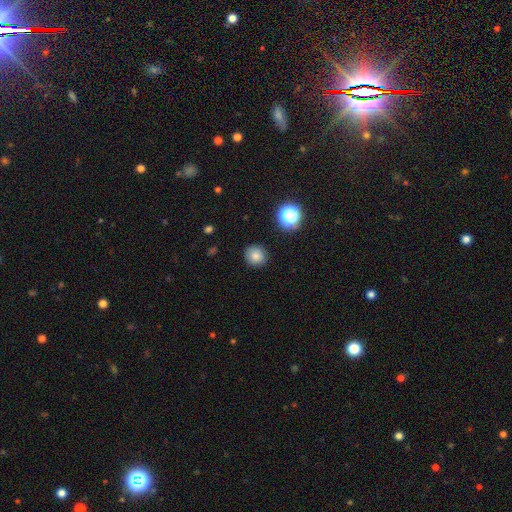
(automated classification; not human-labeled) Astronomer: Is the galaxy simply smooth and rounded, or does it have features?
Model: smooth — 81%.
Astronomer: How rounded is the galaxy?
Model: round — 87%.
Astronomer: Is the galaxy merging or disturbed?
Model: none — 88%.